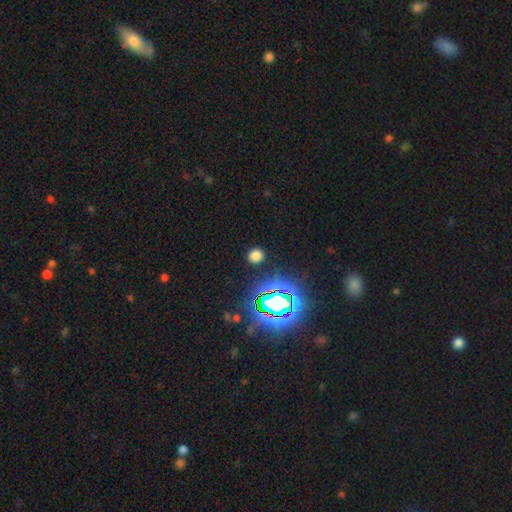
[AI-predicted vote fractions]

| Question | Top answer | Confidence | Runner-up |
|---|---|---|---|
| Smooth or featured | smooth | 69% | star or artifact (26%) |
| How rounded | round | 80% | in between (18%) |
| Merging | none | 88% | minor disturbance (7%) |